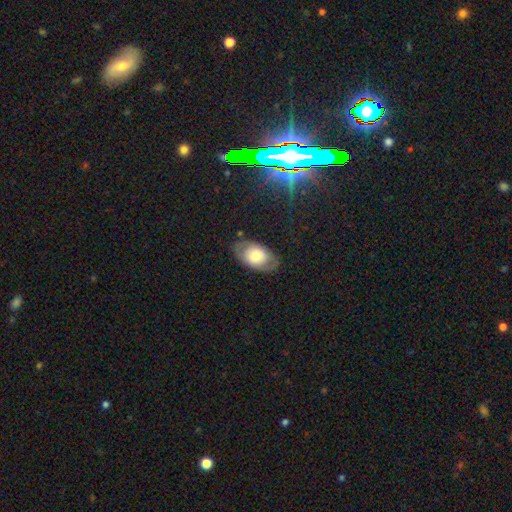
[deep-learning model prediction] This appears to be a smooth galaxy with no disk features (60%) that is in between round and cigar-shaped (91%). Merging: none (75%).